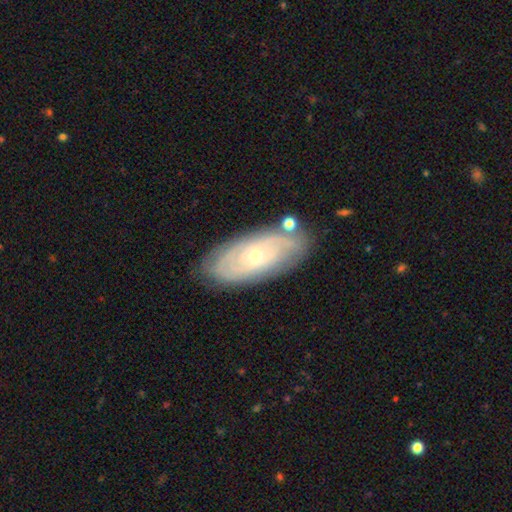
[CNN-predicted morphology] Smooth or featured?
  - featured or disk: 73% *
  - smooth: 20%
  - star or artifact: 6%
Edge-on disk?
  - no: 91% *
  - yes: 9%
Bar?
  - no: 72% *
  - weak: 23%
  - strong: 5%
Spiral arms?
  - yes: 88% *
  - no: 12%
Spiral winding?
  - tight: 72% *
  - medium: 22%
  - loose: 6%
Spiral arm count?
  - can't tell: 50% *
  - 2: 22%
  - 3: 12%
  - 4: 8%
  - more than 4: 4%
  - 1: 4%
Bulge size?
  - small: 66% *
  - moderate: 31%
  - large: 1%
  - none: 1%
  - dominant: 1%
Merging?
  - none: 77% *
  - minor disturbance: 16%
  - merger: 4%
  - major disturbance: 4%